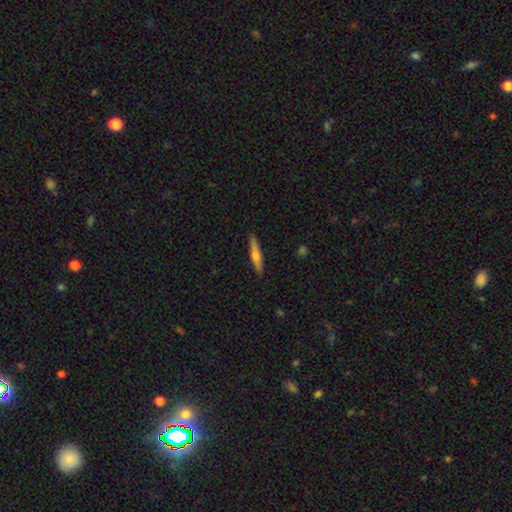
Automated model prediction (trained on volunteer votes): A smooth galaxy with no disk features (54%) that is cigar-shaped (89%). Merging: none (89%).